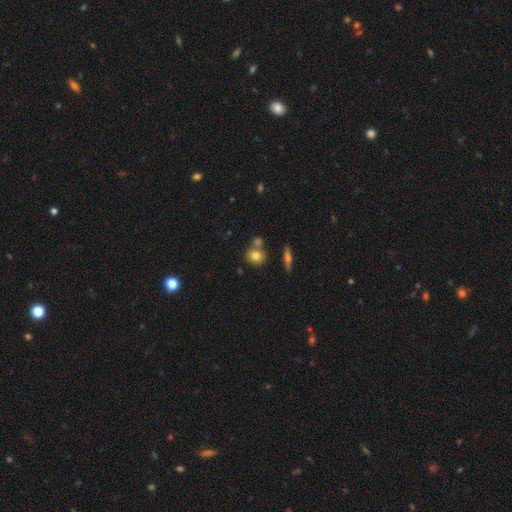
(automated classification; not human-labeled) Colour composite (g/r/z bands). It shows a smooth galaxy with no disk features (77%) that is round (78%). Merging: none (66%).